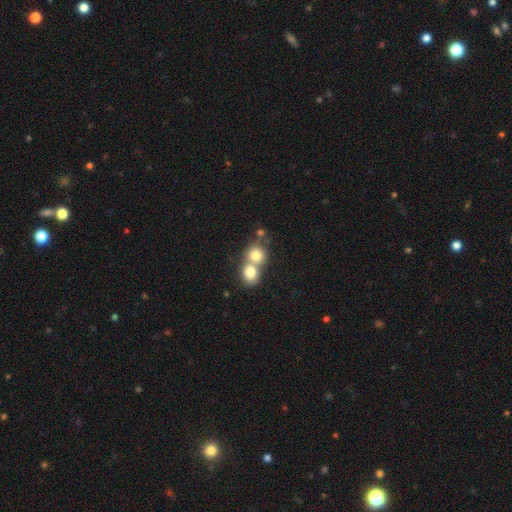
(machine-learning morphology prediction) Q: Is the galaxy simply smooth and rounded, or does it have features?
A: smooth — 77%.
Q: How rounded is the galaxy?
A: round — 78%.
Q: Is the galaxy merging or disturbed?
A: merger — 63%.